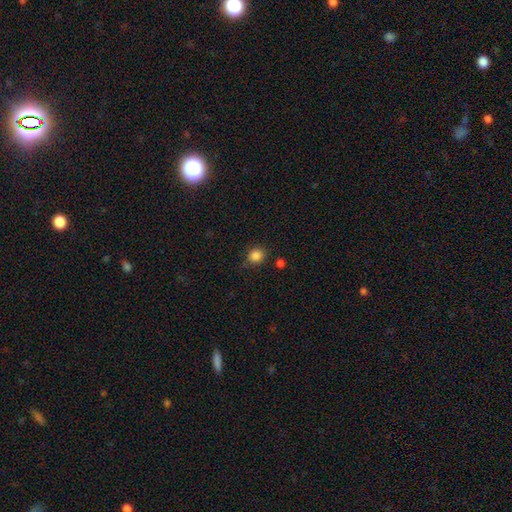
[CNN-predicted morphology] type=smooth (85%); roundness=round (82%); merging=none (79%).